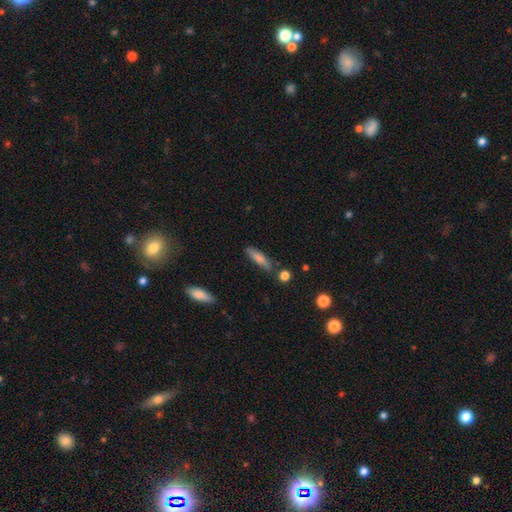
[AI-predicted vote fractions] Morphology: type=smooth (62%); roundness=cigar-shaped (75%); merging=none (76%).